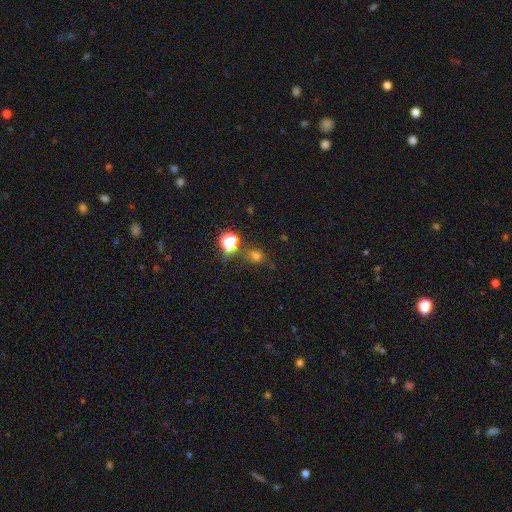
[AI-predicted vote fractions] This is likely a smooth galaxy (61%). How rounded: likely round (74%). Merging: likely none (71%).